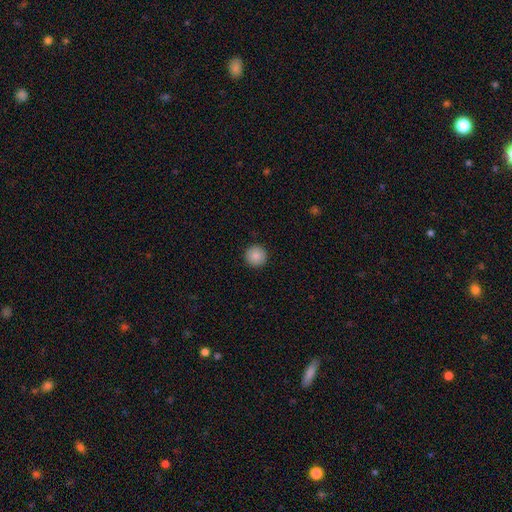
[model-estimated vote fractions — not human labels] smooth_or_featured: smooth (p=0.87) [alt: star or artifact p=0.09]
how_rounded: round (p=0.96) [alt: in between p=0.03]
merging: none (p=0.93) [alt: minor disturbance p=0.04]